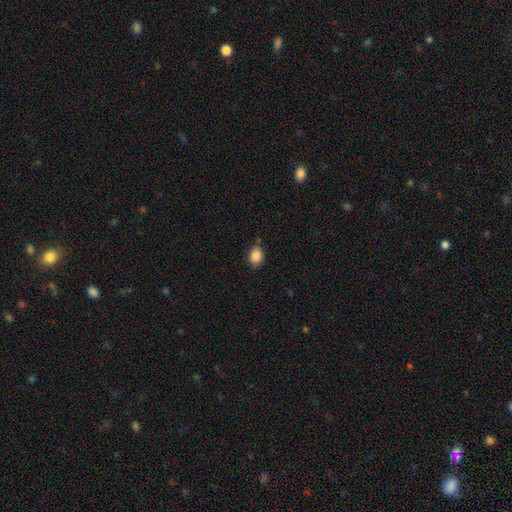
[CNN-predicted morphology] This is clearly a smooth galaxy (87%). How rounded: likely in between (63%). Merging: likely none (75%).